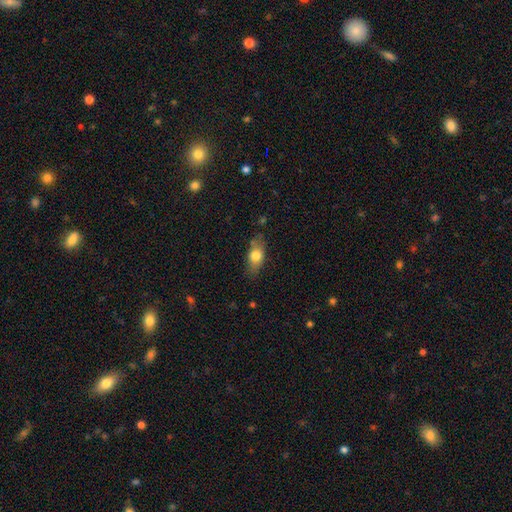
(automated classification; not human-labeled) smooth 73%, featured or disk 19%, star or artifact 7%. Down the decision tree: how rounded — in between (81%); merging — none (74%).